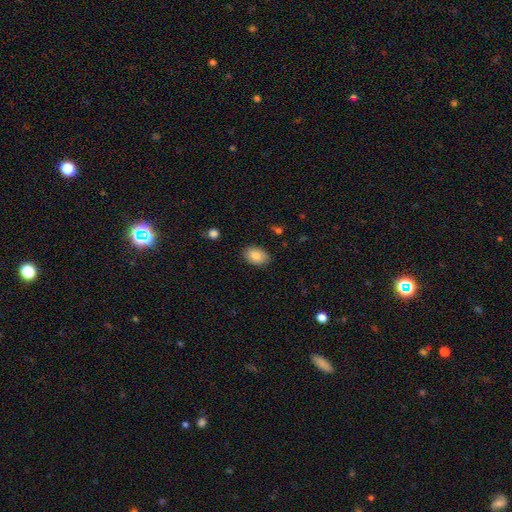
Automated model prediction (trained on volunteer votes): smooth_or_featured: smooth (p=0.84) [alt: featured or disk p=0.09]
how_rounded: in between (p=0.86) [alt: round p=0.13]
merging: none (p=0.85) [alt: minor disturbance p=0.12]